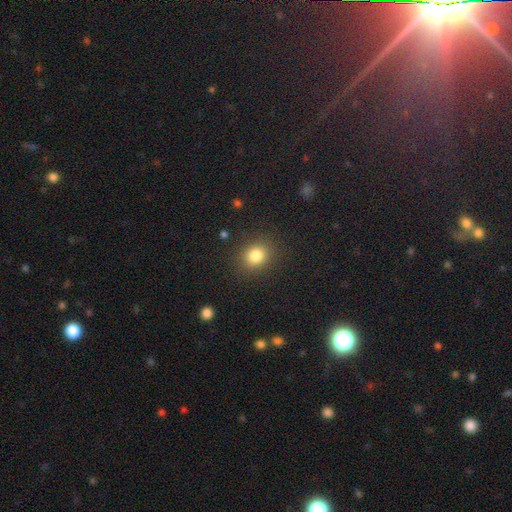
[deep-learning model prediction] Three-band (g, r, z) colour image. It shows a smooth galaxy with no disk features (82%) that is round (63%). Merging: none (86%).